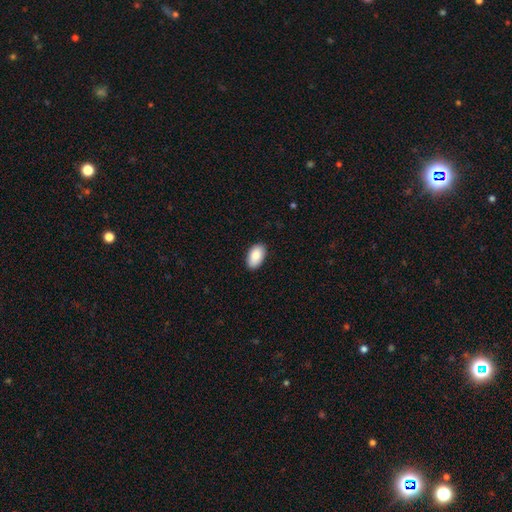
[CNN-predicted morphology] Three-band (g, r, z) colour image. It shows a smooth galaxy with no disk features (88%) that is in between round and cigar-shaped (94%). Merging: none (87%).